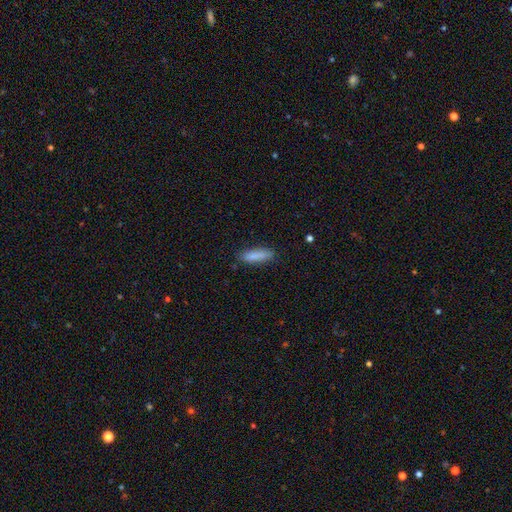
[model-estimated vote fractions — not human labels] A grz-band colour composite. It shows a smooth galaxy with no disk features (86%) that is cigar-shaped (64%). Merging: none (84%).